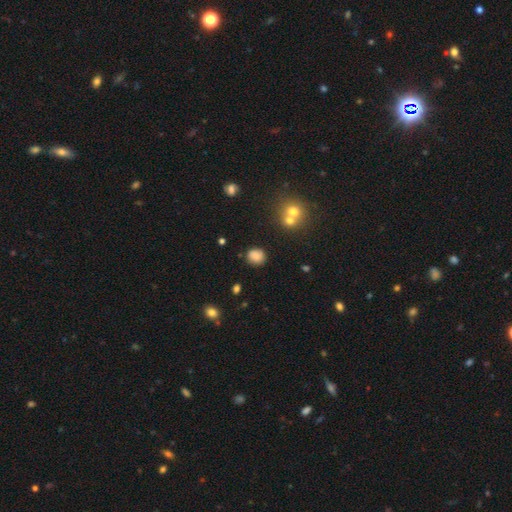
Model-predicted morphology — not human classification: A smooth galaxy with no disk features (82%) that is round (72%).

Vote fractions:
- Smooth or featured? smooth: 82% / star or artifact: 11% / featured or disk: 6%
- How rounded? round: 72% / in between: 27% / cigar-shaped: 1%
- Merging? none: 80% / minor disturbance: 13% / major disturbance: 4% / merger: 3%